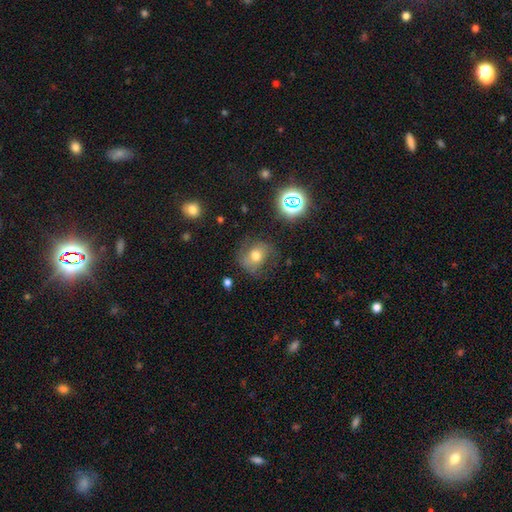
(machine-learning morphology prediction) smooth_or_featured: smooth (p=0.51) [alt: featured or disk p=0.33]
how_rounded: round (p=0.62) [alt: in between p=0.37]
merging: none (p=0.61) [alt: minor disturbance p=0.22]